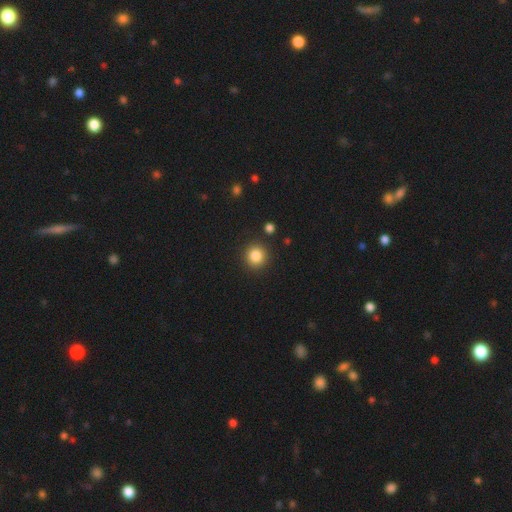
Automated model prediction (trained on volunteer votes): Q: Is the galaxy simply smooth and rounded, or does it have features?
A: smooth — 84%.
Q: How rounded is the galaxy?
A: round — 92%.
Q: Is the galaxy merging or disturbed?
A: none — 90%.